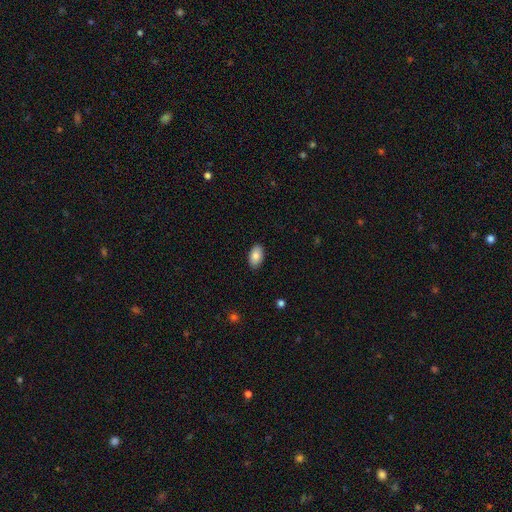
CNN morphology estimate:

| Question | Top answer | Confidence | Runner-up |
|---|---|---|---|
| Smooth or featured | smooth | 84% | featured or disk (10%) |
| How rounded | in between | 94% | round (4%) |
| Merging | none | 89% | minor disturbance (8%) |